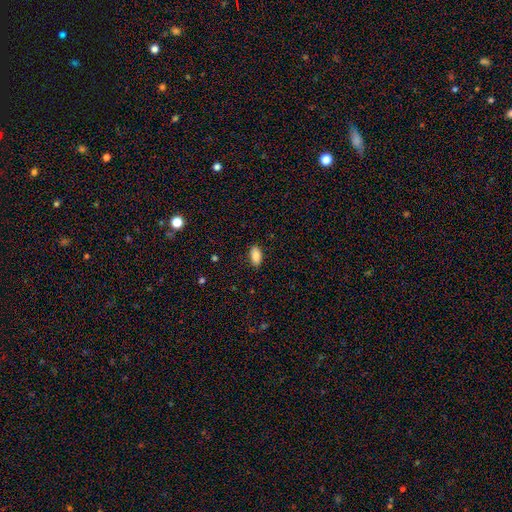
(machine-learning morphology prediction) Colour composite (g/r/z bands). It shows a smooth galaxy with no disk features (88%) that is in between round and cigar-shaped (92%). Merging: none (87%).